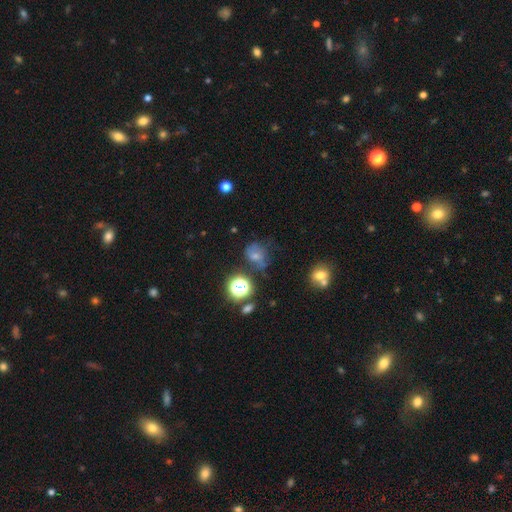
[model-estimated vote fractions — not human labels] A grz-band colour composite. It shows a smooth galaxy with no disk features (53%) that is round (61%). Merging: none (52%).